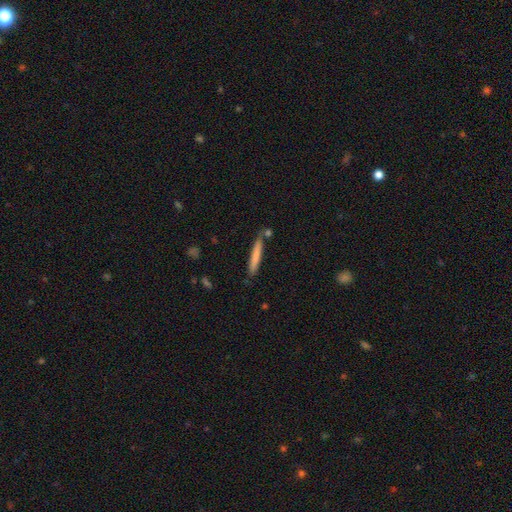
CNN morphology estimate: A smooth galaxy with no disk features (74%) that is cigar-shaped (95%). Merging: none (77%).